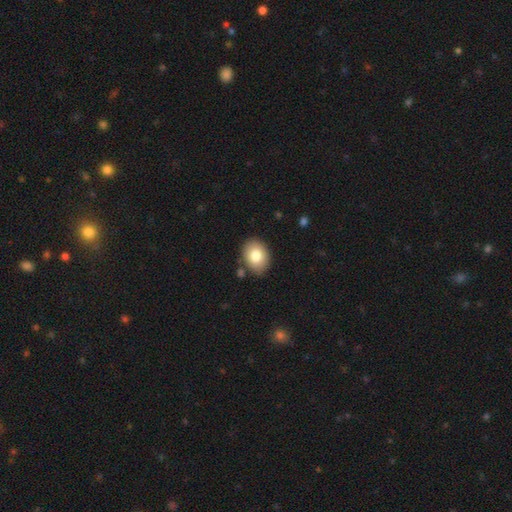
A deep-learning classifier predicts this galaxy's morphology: type=smooth (81%); roundness=in between (64%); merging=none (83%).